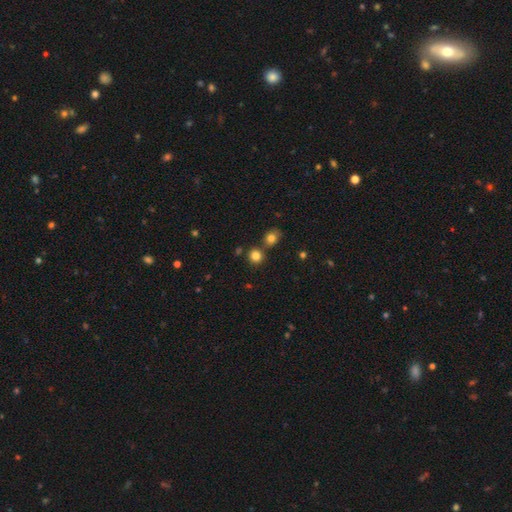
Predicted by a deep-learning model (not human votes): Q: Smooth or featured?
A: smooth (82%); runner-up: star or artifact (13%)
Q: How rounded?
A: round (86%); runner-up: in between (12%)
Q: Merging?
A: none (71%); runner-up: merger (18%)